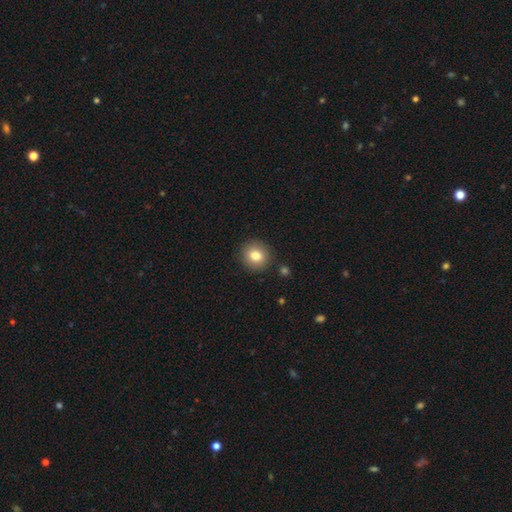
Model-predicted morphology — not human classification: smooth 81%, star or artifact 10%, featured or disk 9%. Down the decision tree: how rounded — round (88%); merging — none (89%).